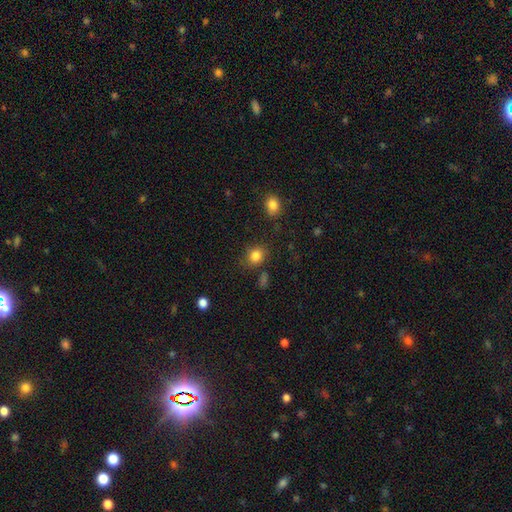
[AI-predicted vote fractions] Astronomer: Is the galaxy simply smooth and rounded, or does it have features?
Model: smooth — 83%.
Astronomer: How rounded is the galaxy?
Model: round — 70%.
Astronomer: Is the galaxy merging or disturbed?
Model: none — 80%.